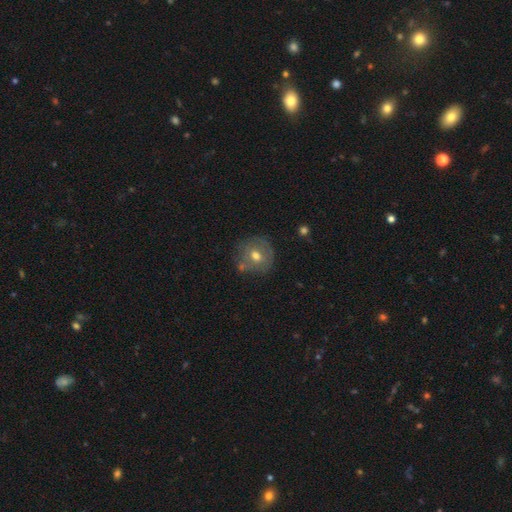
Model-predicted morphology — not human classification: Overall: smooth (59%; featured or disk 31%). How rounded: round (88%). Merging: none (68%).